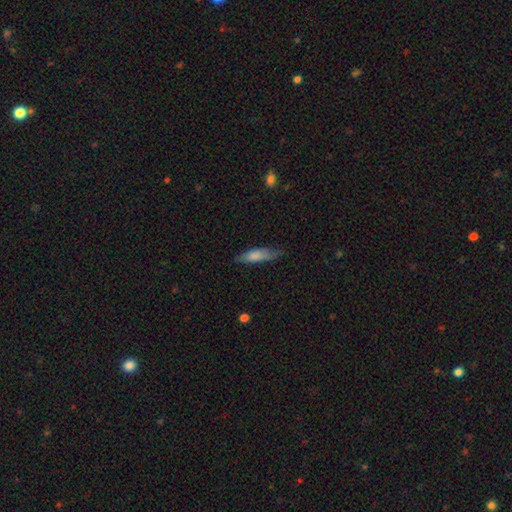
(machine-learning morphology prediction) Smooth or featured? smooth (76%)
How rounded? cigar-shaped (61%)
Merging? none (67%)